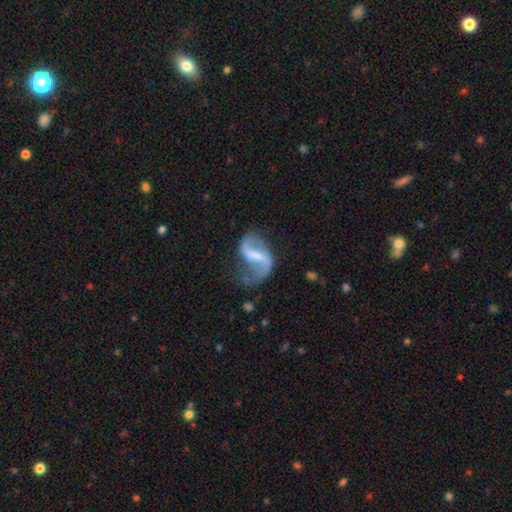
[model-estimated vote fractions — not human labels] Overall: featured or disk (86%). Edge-on disk: no (97%). Bar: strong (47%; weak 39%). Spiral arms: yes (93%). Spiral arm count: 2 (88%). Spiral winding: loose (71%). Bulge size: small (42%; moderate 27%). Merging: none (58%; minor disturbance 21%).